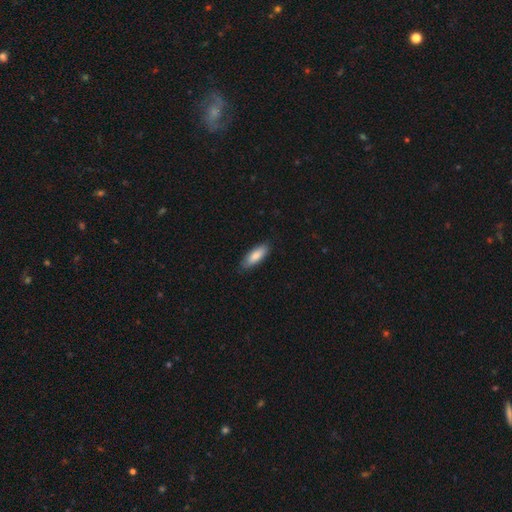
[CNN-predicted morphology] Q: Smooth or featured?
A: smooth (84%); runner-up: featured or disk (10%)
Q: How rounded?
A: in between (66%); runner-up: cigar-shaped (33%)
Q: Merging?
A: none (84%); runner-up: minor disturbance (13%)